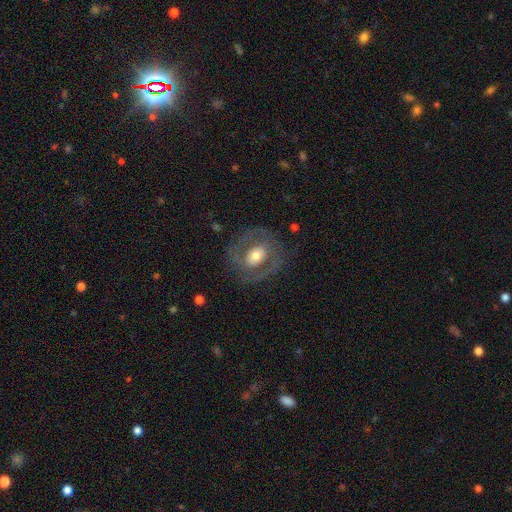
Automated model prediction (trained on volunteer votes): Smooth or featured: featured or disk — 64% (smooth — 30%)
Edge-on disk: no — 96% (yes — 4%)
Bar: no — 60% (weak — 28%)
Spiral arms: yes — 57% (no — 43%)
Bulge size: moderate — 58% (large — 26%)
Merging: none — 75% (minor disturbance — 13%)